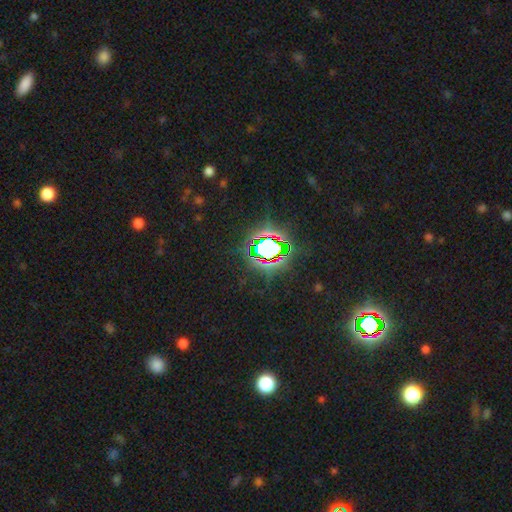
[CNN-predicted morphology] Overall: star or artifact (80%).